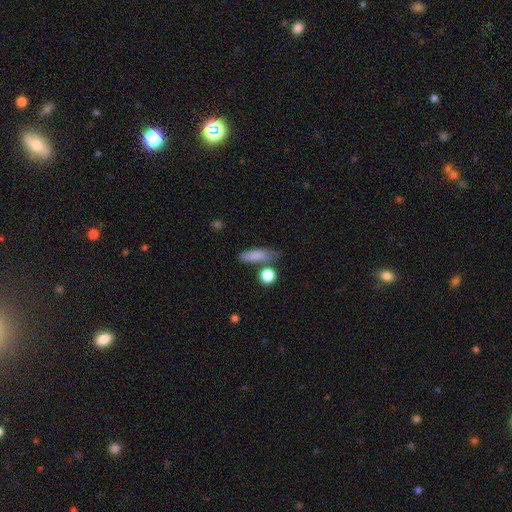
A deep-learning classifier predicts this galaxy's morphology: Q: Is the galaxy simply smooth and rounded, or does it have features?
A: smooth — 79%.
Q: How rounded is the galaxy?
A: cigar-shaped — 45%, tied with in between.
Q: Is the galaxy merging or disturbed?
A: none — 59%.